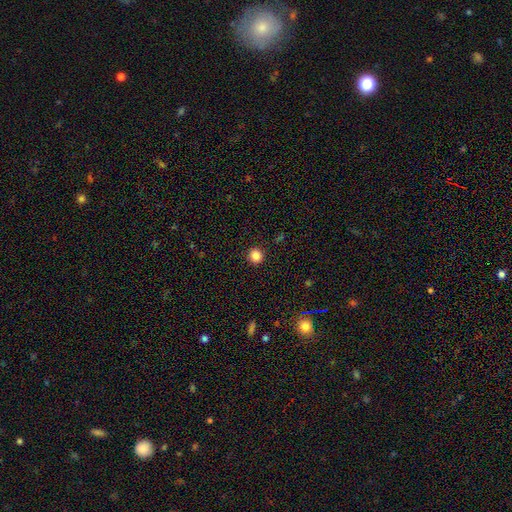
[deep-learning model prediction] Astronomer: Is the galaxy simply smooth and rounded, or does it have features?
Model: smooth — 85%.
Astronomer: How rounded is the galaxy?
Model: round — 92%.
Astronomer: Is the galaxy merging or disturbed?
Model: none — 92%.